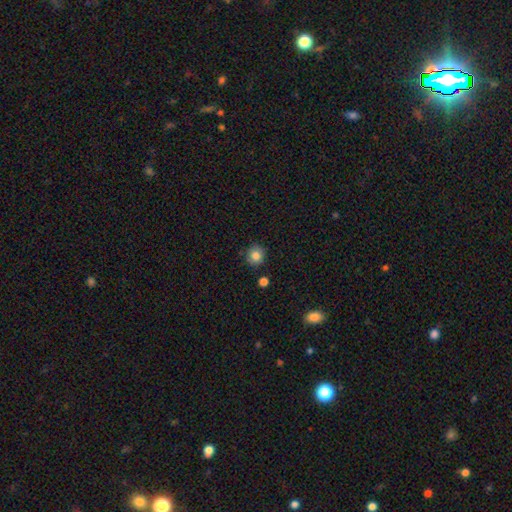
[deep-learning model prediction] smooth-or-featured: smooth: 83% | star or artifact: 10% | featured or disk: 7%
  how-rounded: round: 88% | in between: 11% | cigar-shaped: 1%
  merging: none: 84% | minor disturbance: 10% | merger: 3% | major disturbance: 2%